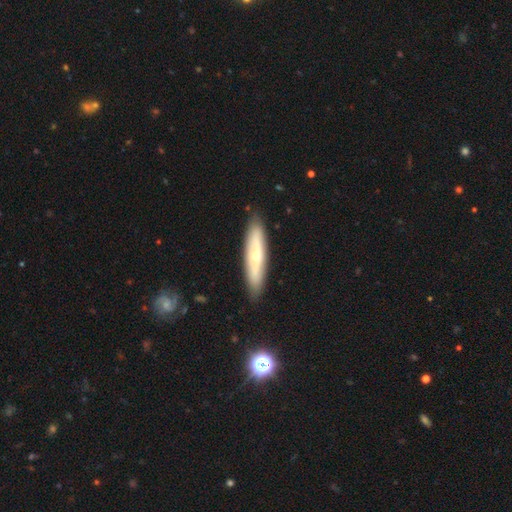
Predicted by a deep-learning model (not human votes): Q: Smooth or featured?
A: featured or disk (51%); runner-up: smooth (43%)
Q: Edge-on disk?
A: yes (62%); runner-up: no (38%)
Q: Merging?
A: none (87%); runner-up: minor disturbance (9%)